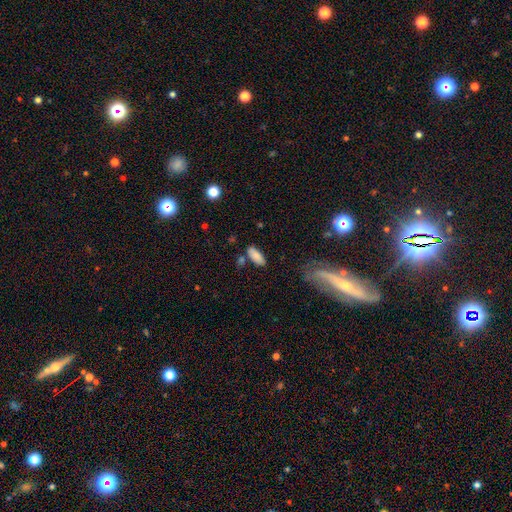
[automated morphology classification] A smooth galaxy with no disk features (85%) that is in between round and cigar-shaped (83%). Merging: none (75%).